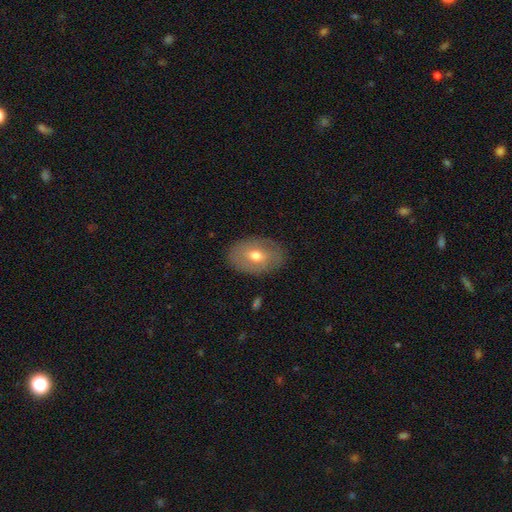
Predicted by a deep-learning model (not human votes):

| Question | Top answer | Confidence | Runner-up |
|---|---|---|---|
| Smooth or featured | smooth | 56% | featured or disk (37%) |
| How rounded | in between | 81% | round (18%) |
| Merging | none | 83% | minor disturbance (12%) |